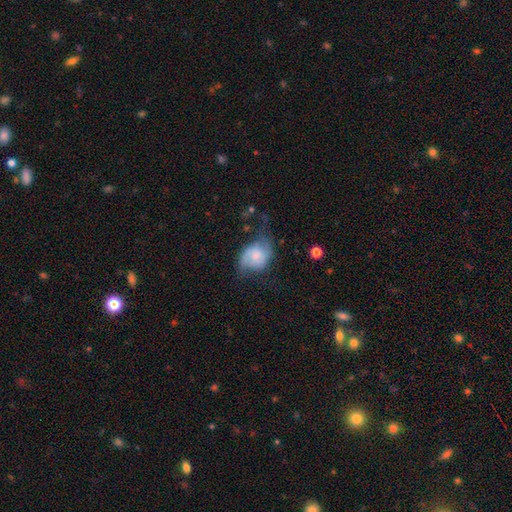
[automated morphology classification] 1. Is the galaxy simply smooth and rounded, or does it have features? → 56% featured or disk, 37% smooth, 8% star or artifact.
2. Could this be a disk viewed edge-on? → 97% no, 3% yes.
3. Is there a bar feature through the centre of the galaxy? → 66% no, 29% weak, 6% strong.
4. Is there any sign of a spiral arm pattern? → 85% yes, 15% no.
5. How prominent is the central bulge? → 45% small, 36% moderate, 10% none, 7% large, 2% dominant.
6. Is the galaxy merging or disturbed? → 43% none, 29% minor disturbance, 25% major disturbance, 3% merger.